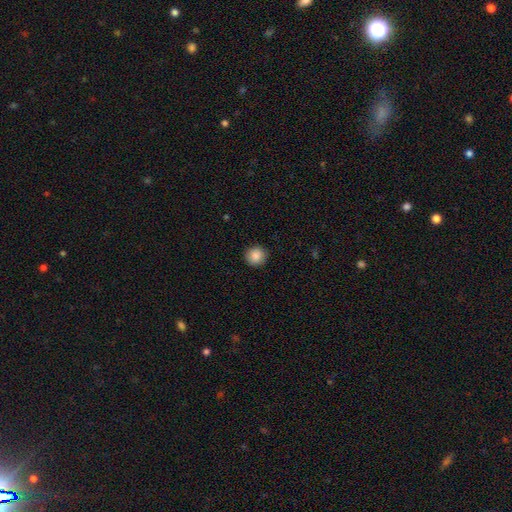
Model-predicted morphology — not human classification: This appears to be a smooth galaxy with no disk features (87%) that is round (93%). Merging: none (91%).